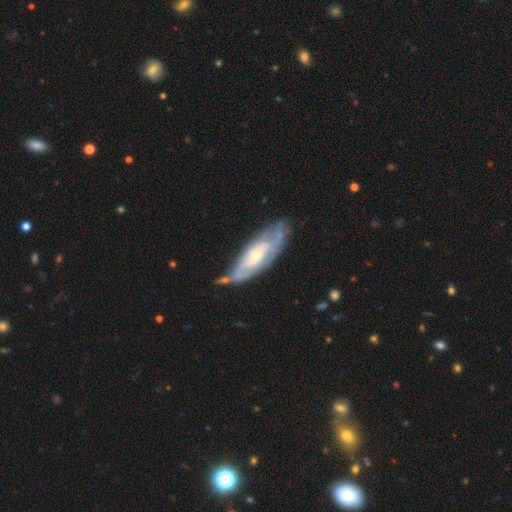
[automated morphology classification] This appears to be a featured or disk galaxy (72%) with no bar (57%), spiral arms (73%) and a small central bulge (52%). Merging: none (59%).